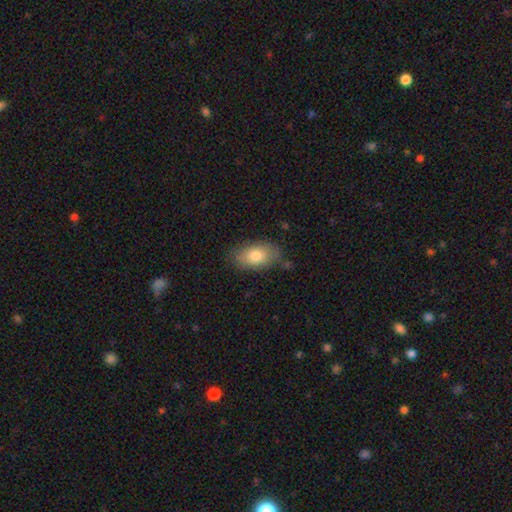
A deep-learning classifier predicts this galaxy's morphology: Smooth or featured? Predicted: smooth (p=0.79). How rounded? Predicted: in between (p=0.91). Merging? Predicted: none (p=0.75).